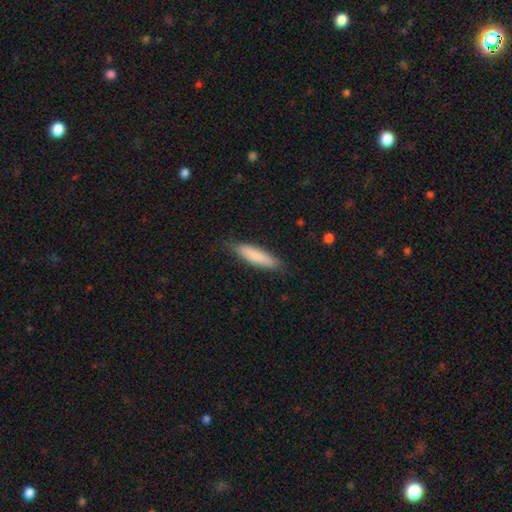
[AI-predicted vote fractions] Q: Smooth or featured?
A: smooth (83%); runner-up: featured or disk (12%)
Q: How rounded?
A: cigar-shaped (77%); runner-up: in between (22%)
Q: Merging?
A: none (82%); runner-up: minor disturbance (14%)